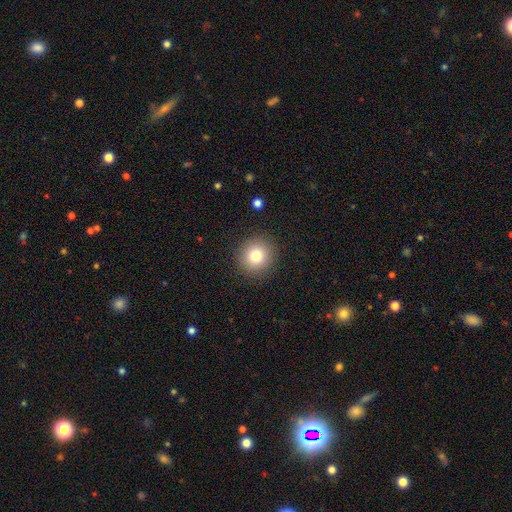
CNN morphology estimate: Smooth or featured: smooth — 79% (star or artifact — 11%)
How rounded: round — 93% (in between — 6%)
Merging: none — 90% (minor disturbance — 6%)